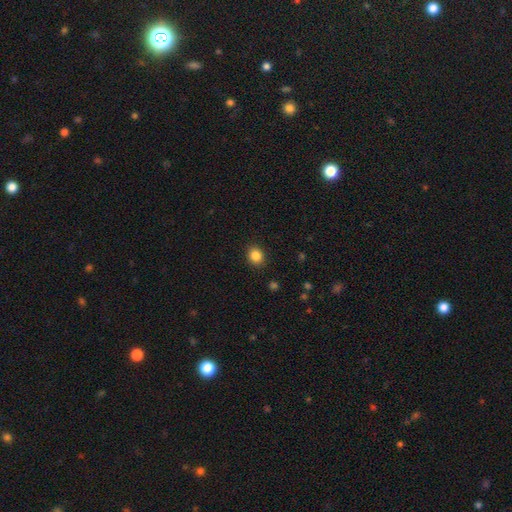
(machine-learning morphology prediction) A smooth galaxy with no disk features (86%) that is round (70%).

Vote fractions:
- Smooth or featured? smooth: 86% / star or artifact: 10% / featured or disk: 4%
- How rounded? round: 70% / in between: 29% / cigar-shaped: 1%
- Merging? none: 90% / minor disturbance: 7% / major disturbance: 2% / merger: 1%